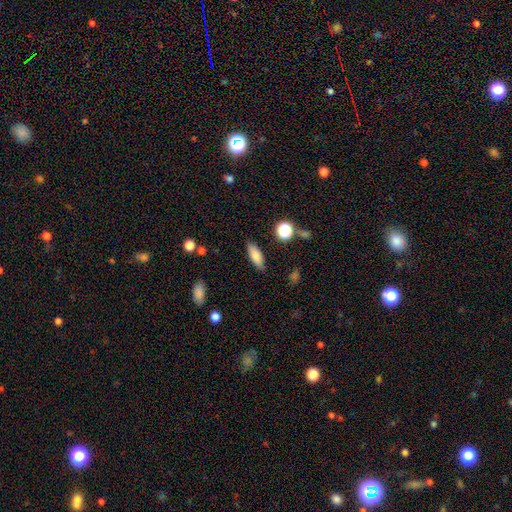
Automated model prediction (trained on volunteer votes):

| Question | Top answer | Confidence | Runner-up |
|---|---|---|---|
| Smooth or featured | smooth | 79% | featured or disk (13%) |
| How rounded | in between | 63% | cigar-shaped (34%) |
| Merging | none | 86% | minor disturbance (10%) |